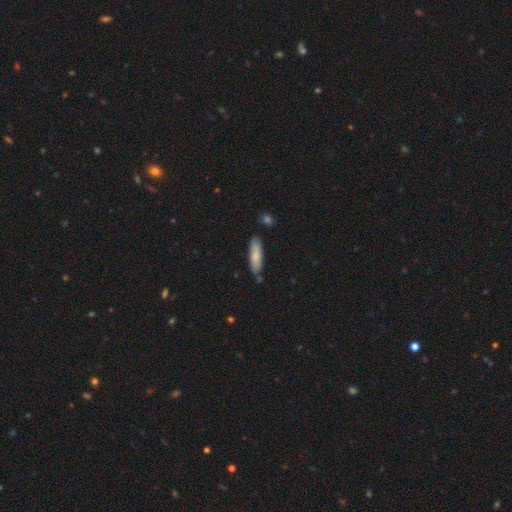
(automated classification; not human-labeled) smooth 75%, featured or disk 20%, star or artifact 6%. Down the decision tree: how rounded — cigar-shaped (66%); merging — none (79%).